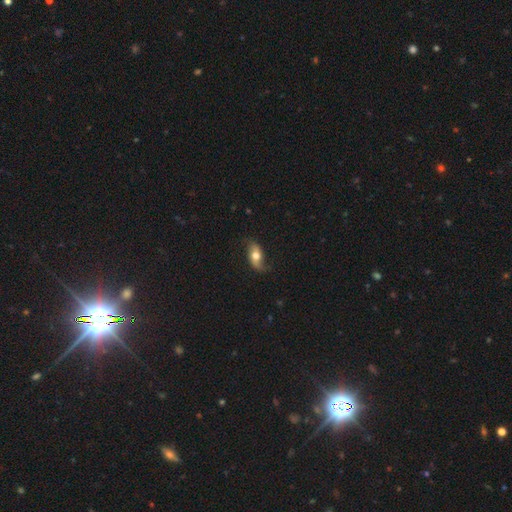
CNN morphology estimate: Smooth or featured?
  - featured or disk: 53% *
  - smooth: 40%
  - star or artifact: 7%
Edge-on disk?
  - no: 84% *
  - yes: 16%
Merging?
  - none: 71% *
  - minor disturbance: 21%
  - major disturbance: 7%
  - merger: 1%